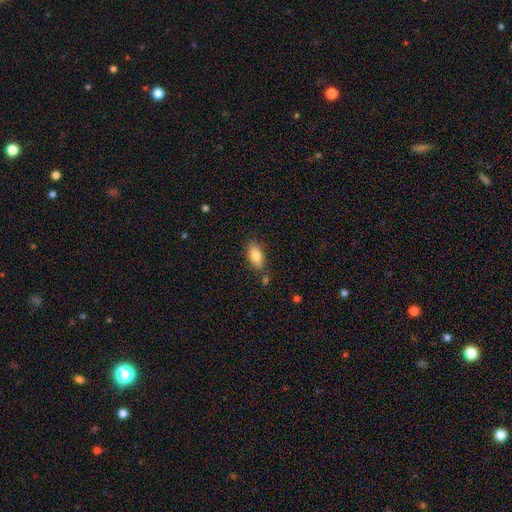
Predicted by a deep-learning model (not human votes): Smooth or featured?
  - smooth: 83% *
  - featured or disk: 10%
  - star or artifact: 7%
How rounded?
  - in between: 89% *
  - cigar-shaped: 7%
  - round: 3%
Merging?
  - none: 77% *
  - minor disturbance: 14%
  - merger: 6%
  - major disturbance: 3%